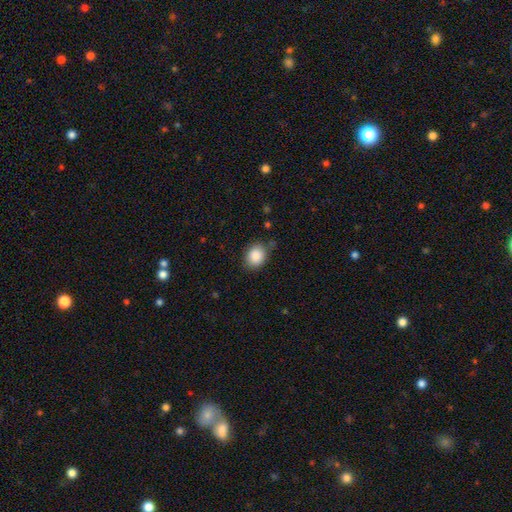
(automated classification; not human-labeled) Q: Smooth or featured?
A: smooth (88%); runner-up: star or artifact (8%)
Q: How rounded?
A: round (50%); runner-up: in between (49%)
Q: Merging?
A: none (74%); runner-up: minor disturbance (19%)